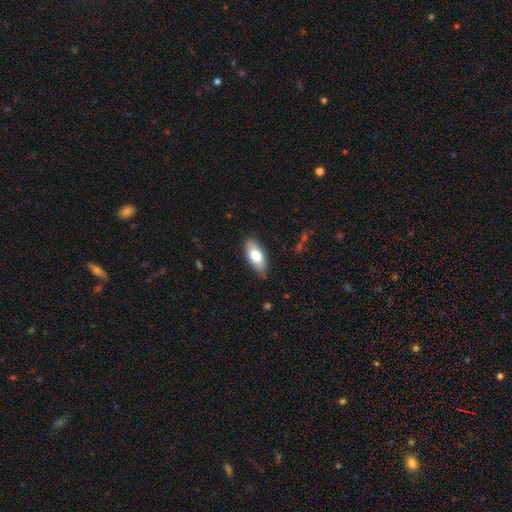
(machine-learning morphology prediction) A smooth galaxy with no disk features (75%) that is in between round and cigar-shaped (83%).

Vote fractions:
- Smooth or featured? smooth: 75% / featured or disk: 19% / star or artifact: 6%
- How rounded? in between: 83% / cigar-shaped: 15% / round: 2%
- Merging? none: 84% / minor disturbance: 13% / major disturbance: 2% / merger: 1%